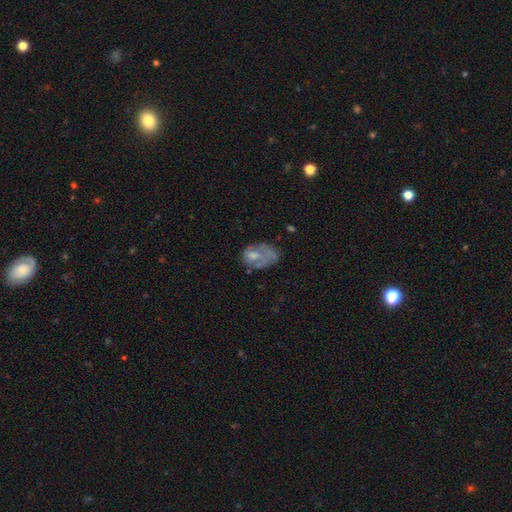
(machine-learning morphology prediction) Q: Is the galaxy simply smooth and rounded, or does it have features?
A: smooth — 47%.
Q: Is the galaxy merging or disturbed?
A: none — 38%.